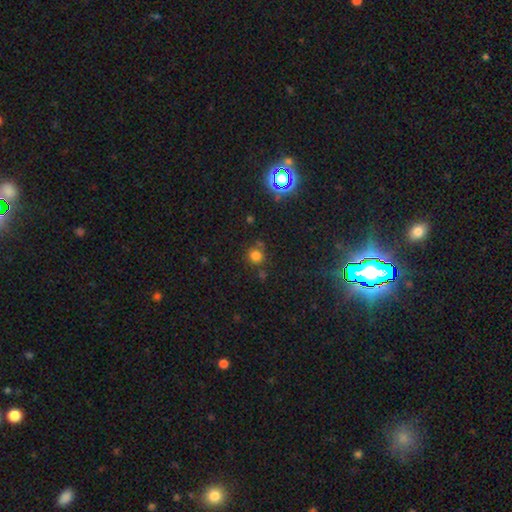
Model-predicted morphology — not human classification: Smooth or featured: smooth — 72% (star or artifact — 21%)
How rounded: round — 89% (in between — 10%)
Merging: none — 71% (minor disturbance — 14%)